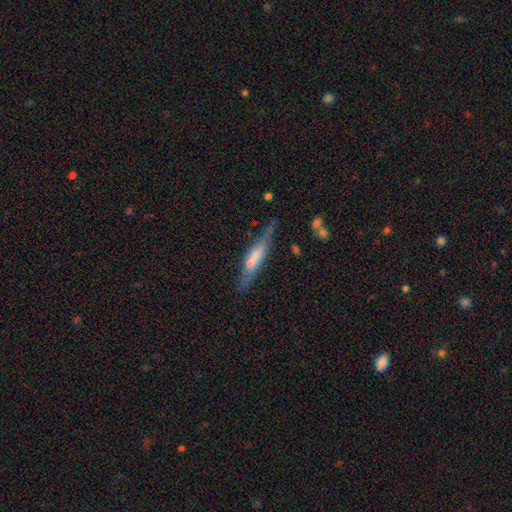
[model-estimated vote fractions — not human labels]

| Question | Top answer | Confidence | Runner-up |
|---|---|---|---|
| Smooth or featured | featured or disk | 51% | smooth (42%) |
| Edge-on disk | yes | 88% | no (12%) |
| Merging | none | 72% | minor disturbance (19%) |